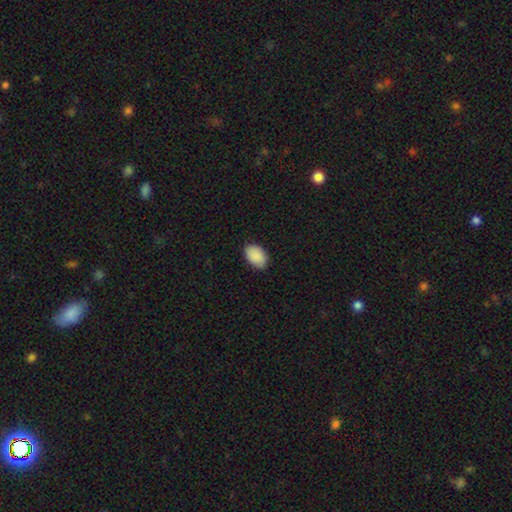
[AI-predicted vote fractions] smooth-or-featured: smooth: 91% | star or artifact: 6% | featured or disk: 3%
  how-rounded: in between: 88% | round: 11% | cigar-shaped: 1%
  merging: none: 86% | minor disturbance: 12% | major disturbance: 2% | merger: 1%